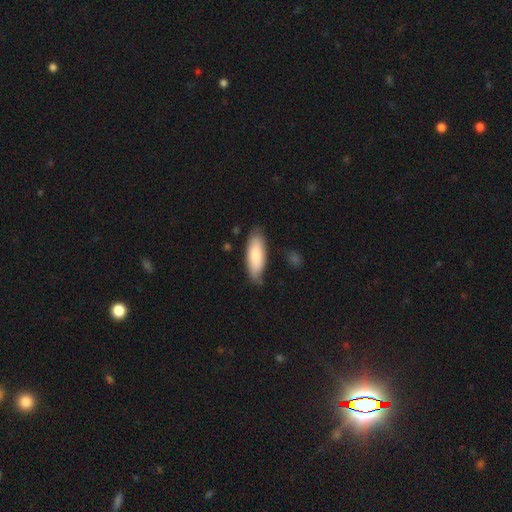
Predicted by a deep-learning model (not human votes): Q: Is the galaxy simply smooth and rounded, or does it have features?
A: smooth — 80%.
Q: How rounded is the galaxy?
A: in between — 71%.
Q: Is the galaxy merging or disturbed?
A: none — 73%.